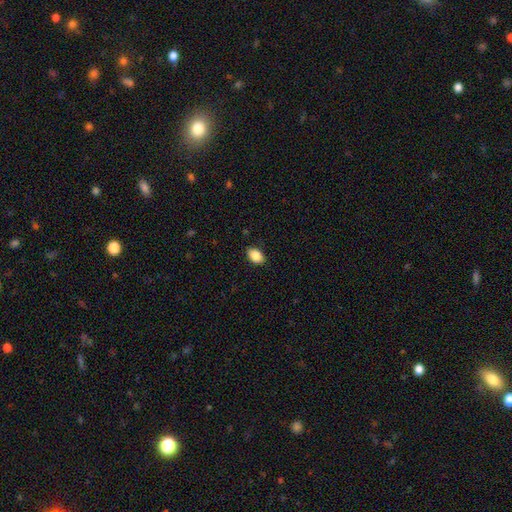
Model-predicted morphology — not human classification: This appears to be a smooth galaxy with no disk features (87%) that is in between round and cigar-shaped (87%). Merging: none (88%).